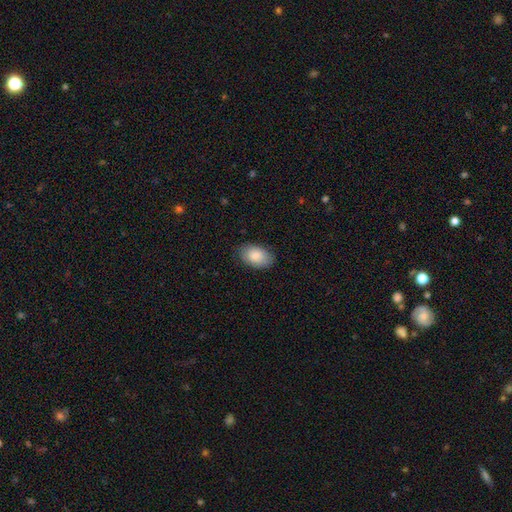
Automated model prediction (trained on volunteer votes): smooth 85%, featured or disk 9%, star or artifact 6%. Down the decision tree: how rounded — in between (91%); merging — none (82%).